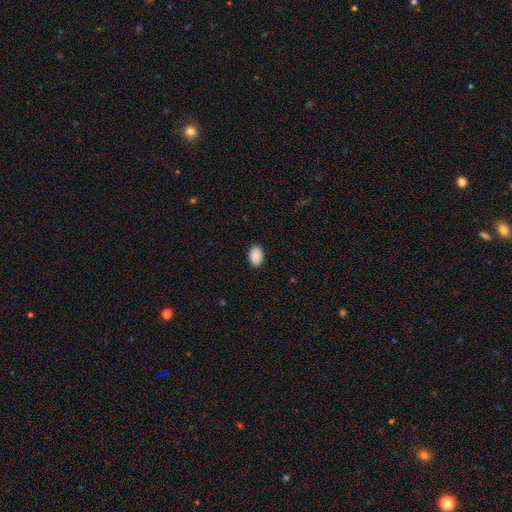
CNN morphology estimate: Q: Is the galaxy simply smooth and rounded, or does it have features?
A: smooth — 91%.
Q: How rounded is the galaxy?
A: in between — 89%.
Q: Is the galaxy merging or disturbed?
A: none — 90%.